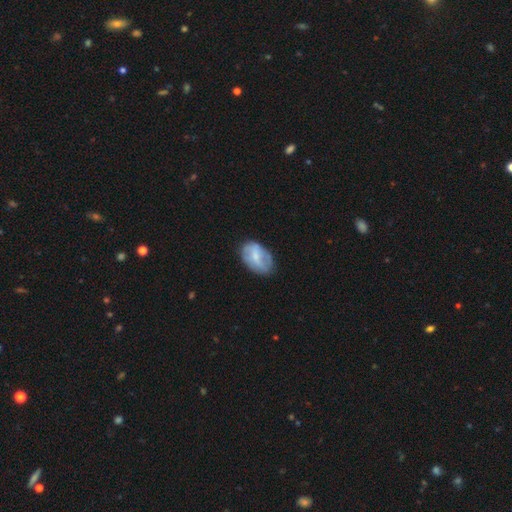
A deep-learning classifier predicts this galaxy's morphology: A smooth galaxy with no disk features (54%) that is in between round and cigar-shaped (88%). Merging: none (66%).